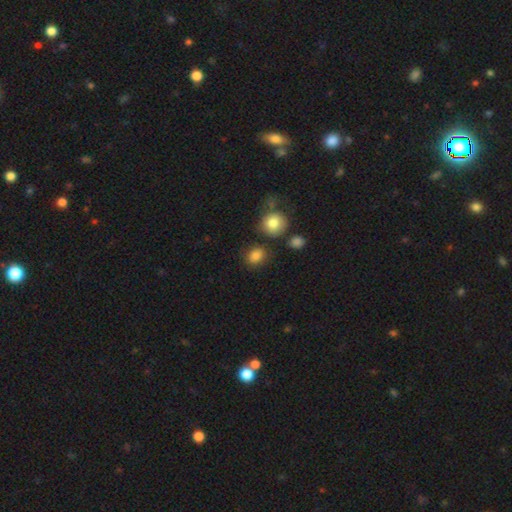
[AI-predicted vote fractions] The model was most divided on "how rounded": round: 63%, in between: 36%, cigar-shaped: 1%. More confident: smooth or featured — smooth (83%); merging — none (75%).